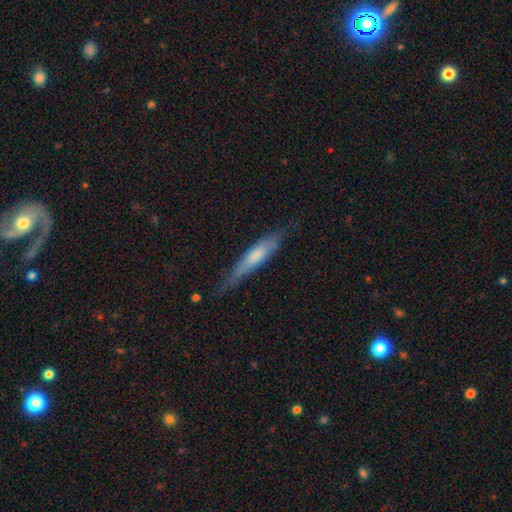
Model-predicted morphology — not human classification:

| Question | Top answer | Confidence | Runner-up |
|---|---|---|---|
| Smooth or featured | smooth | 57% | featured or disk (37%) |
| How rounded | cigar-shaped | 85% | in between (14%) |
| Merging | none | 64% | minor disturbance (27%) |